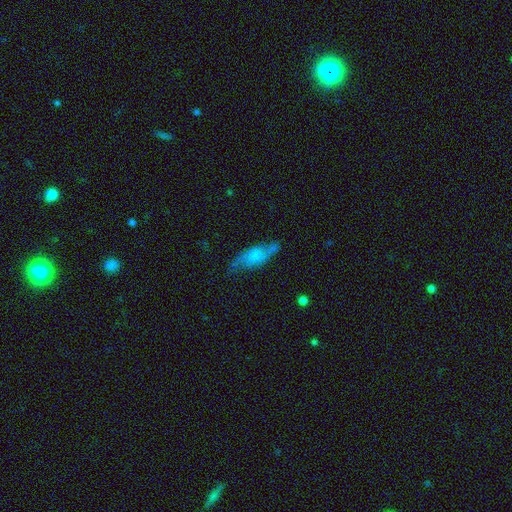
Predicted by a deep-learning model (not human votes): Overall: featured or disk (47%; smooth 46%). Merging: none (60%; minor disturbance 26%).